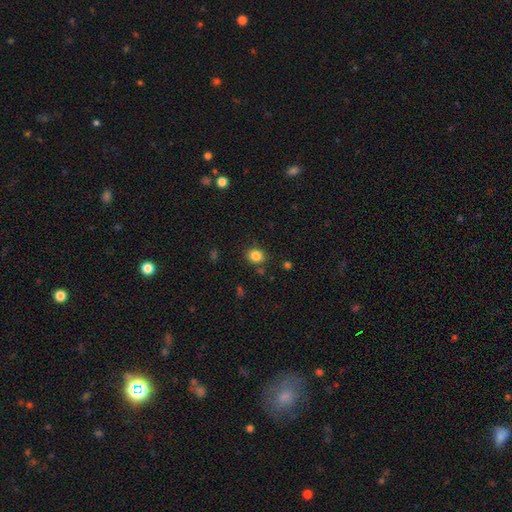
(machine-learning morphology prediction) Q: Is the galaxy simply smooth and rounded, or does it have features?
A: smooth — 85%.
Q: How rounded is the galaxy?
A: round — 62%.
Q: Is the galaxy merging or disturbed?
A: none — 84%.